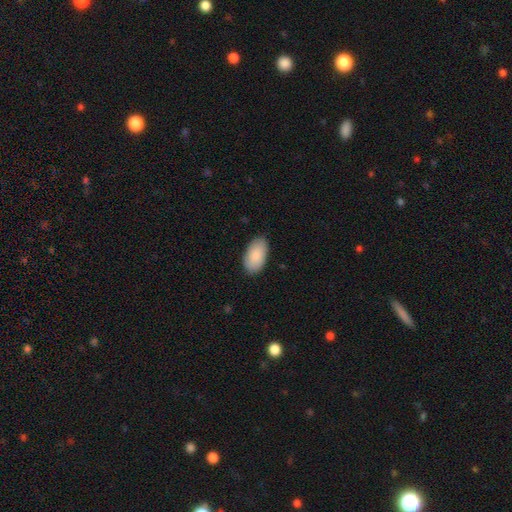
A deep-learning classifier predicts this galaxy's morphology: type=smooth (88%); roundness=in between (95%); merging=none (85%).